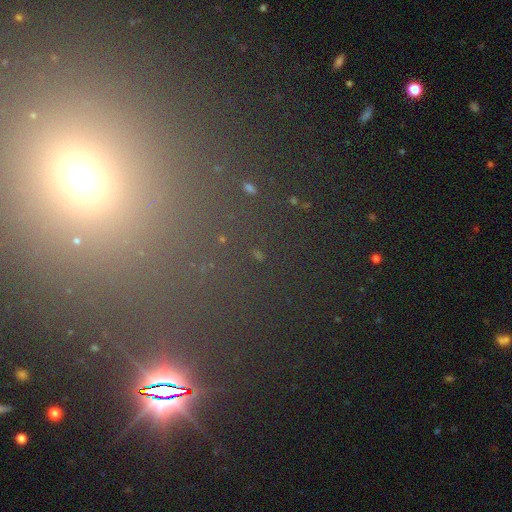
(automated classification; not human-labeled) smooth-or-featured: star or artifact: 61% | smooth: 31% | featured or disk: 8%